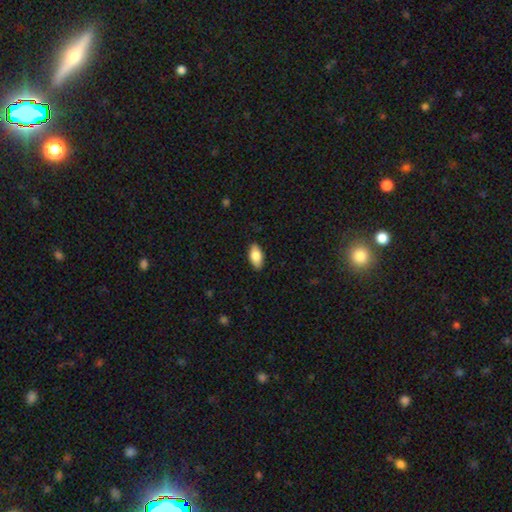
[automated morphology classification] Smooth or featured? smooth (81%)
How rounded? in between (91%)
Merging? none (88%)